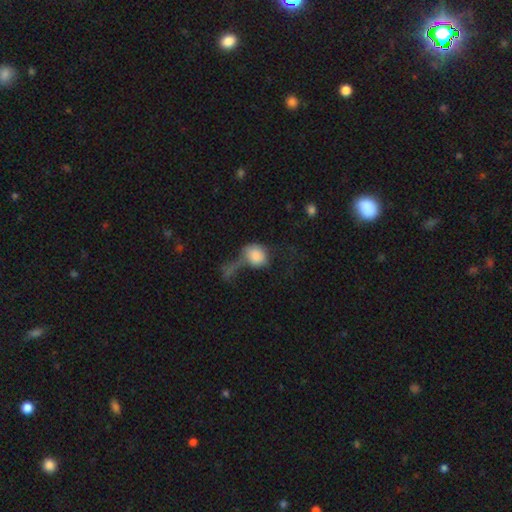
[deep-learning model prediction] smooth 76%, featured or disk 15%, star or artifact 9%. Down the decision tree: how rounded — round (52%); merging — major disturbance (45%).